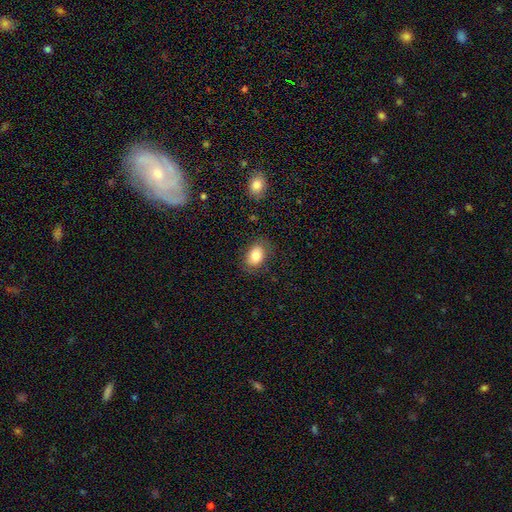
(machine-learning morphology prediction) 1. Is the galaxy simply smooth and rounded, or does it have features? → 80% smooth, 12% featured or disk, 8% star or artifact.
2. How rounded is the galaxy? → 75% in between, 24% round, 1% cigar-shaped.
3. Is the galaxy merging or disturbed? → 80% none, 14% minor disturbance, 4% major disturbance, 1% merger.